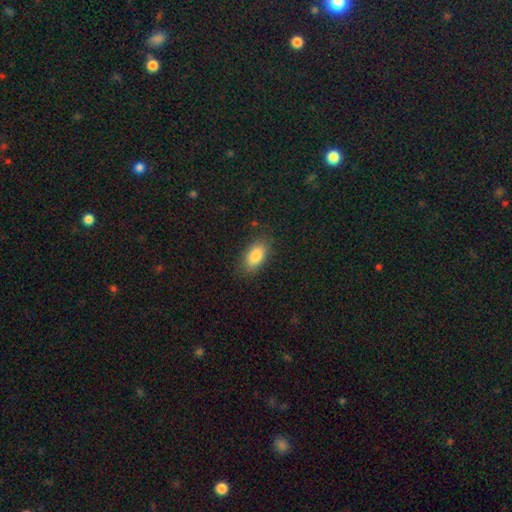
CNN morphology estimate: A smooth galaxy with no disk features (85%) that is in between round and cigar-shaped (91%).

Vote fractions:
- Smooth or featured? smooth: 85% / star or artifact: 8% / featured or disk: 7%
- How rounded? in between: 91% / round: 6% / cigar-shaped: 3%
- Merging? none: 84% / minor disturbance: 12% / major disturbance: 3% / merger: 1%